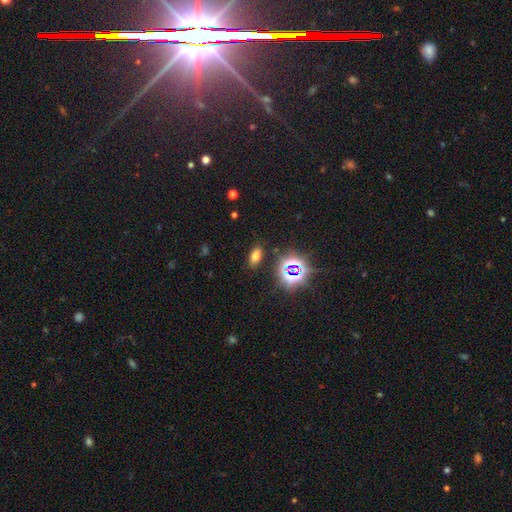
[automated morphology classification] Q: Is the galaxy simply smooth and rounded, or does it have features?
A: smooth — 63%.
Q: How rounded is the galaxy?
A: in between — 86%.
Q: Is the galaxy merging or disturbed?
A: none — 87%.